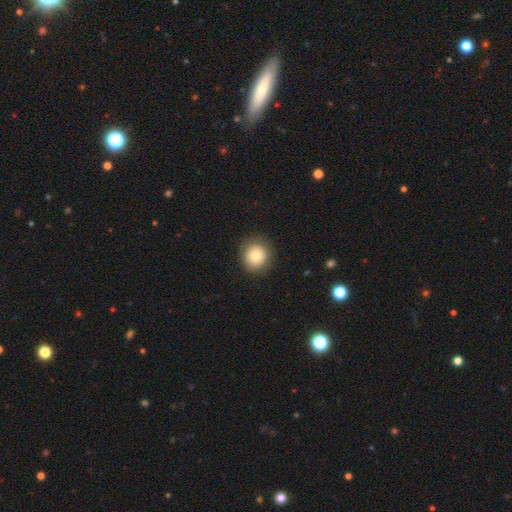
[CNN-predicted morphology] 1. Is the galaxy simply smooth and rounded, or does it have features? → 80% smooth, 11% featured or disk, 9% star or artifact.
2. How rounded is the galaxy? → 89% round, 10% in between, 1% cigar-shaped.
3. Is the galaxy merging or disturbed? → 87% none, 9% minor disturbance, 3% major disturbance, 1% merger.